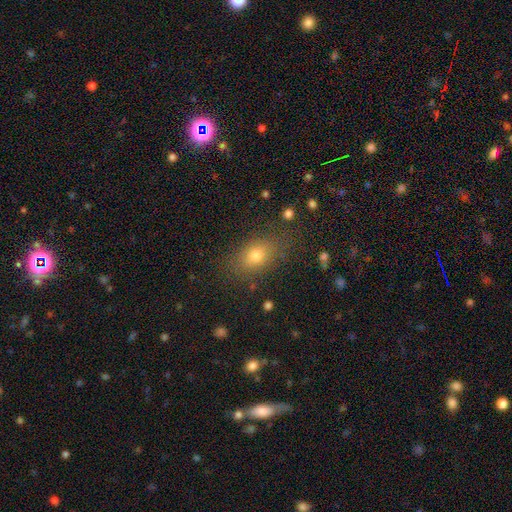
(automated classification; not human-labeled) Smooth or featured?
  - smooth: 75% *
  - star or artifact: 14%
  - featured or disk: 11%
How rounded?
  - in between: 72% *
  - round: 24%
  - cigar-shaped: 4%
Merging?
  - none: 80% *
  - minor disturbance: 13%
  - major disturbance: 5%
  - merger: 2%